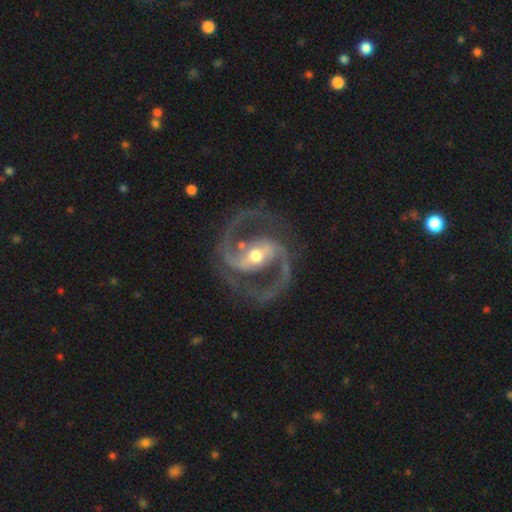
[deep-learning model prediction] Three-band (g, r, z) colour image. It shows a featured or disk galaxy (93%) with a strong bar (53%), 2 (94%) medium (68%) spiral arms (98%) and a moderate central bulge (68%). Merging: none (82%).